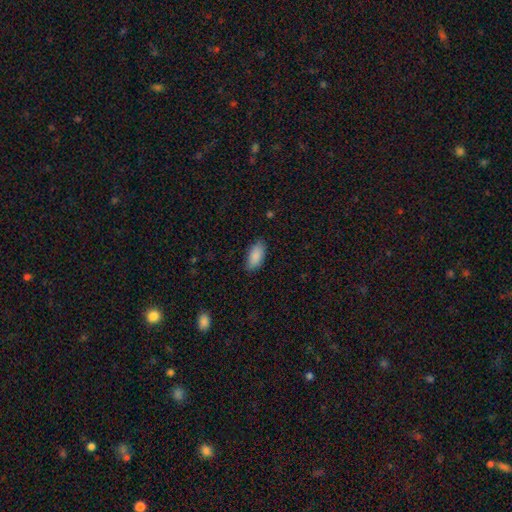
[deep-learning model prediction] A smooth galaxy with no disk features (89%) that is in between round and cigar-shaped (92%). Merging: none (84%).